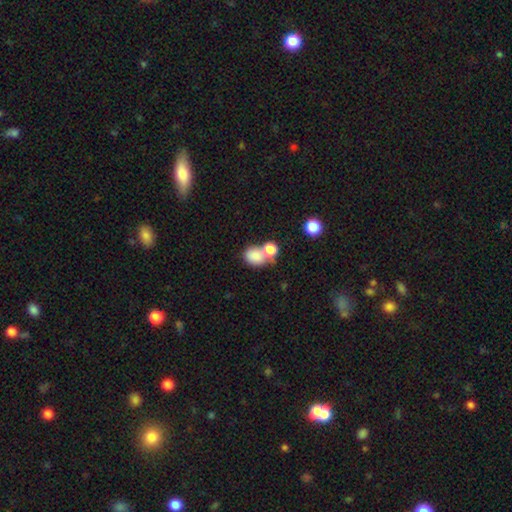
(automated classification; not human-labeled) A smooth galaxy with no disk features (81%) that is in between round and cigar-shaped (52%).

Vote fractions:
- Smooth or featured? smooth: 81% / star or artifact: 10% / featured or disk: 9%
- How rounded? in between: 52% / round: 46% / cigar-shaped: 1%
- Merging? merger: 46% / none: 38% / minor disturbance: 11% / major disturbance: 6%